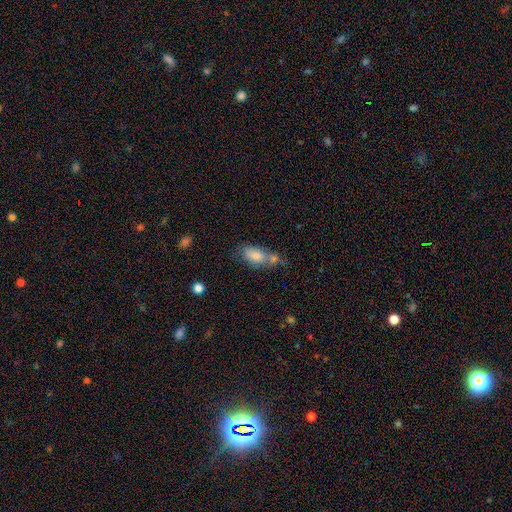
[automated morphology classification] Smooth or featured: smooth — 76% (featured or disk — 15%)
How rounded: in between — 86% (cigar-shaped — 8%)
Merging: merger — 43% (none — 31%)